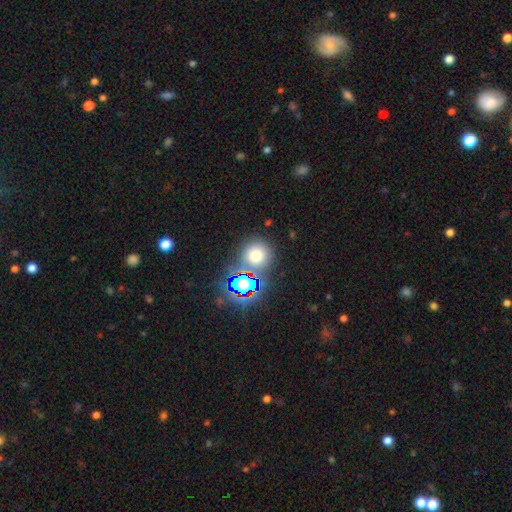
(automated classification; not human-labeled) A smooth galaxy with no disk features (64%) that is round (88%). Merging: none (72%).